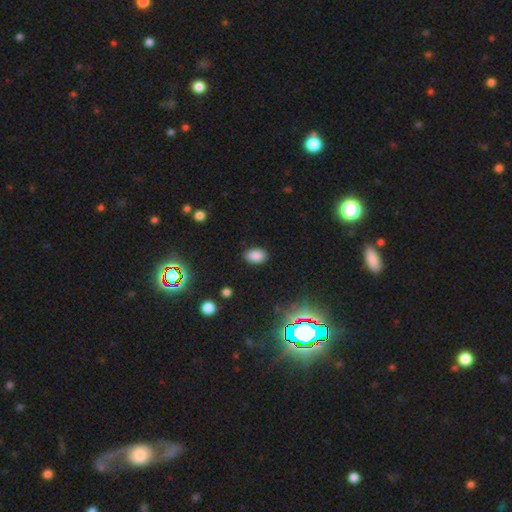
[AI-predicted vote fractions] A smooth galaxy with no disk features (83%) that is in between round and cigar-shaped (86%).

Vote fractions:
- Smooth or featured? smooth: 83% / star or artifact: 13% / featured or disk: 5%
- How rounded? in between: 86% / round: 13% / cigar-shaped: 1%
- Merging? none: 87% / minor disturbance: 9% / major disturbance: 2% / merger: 1%